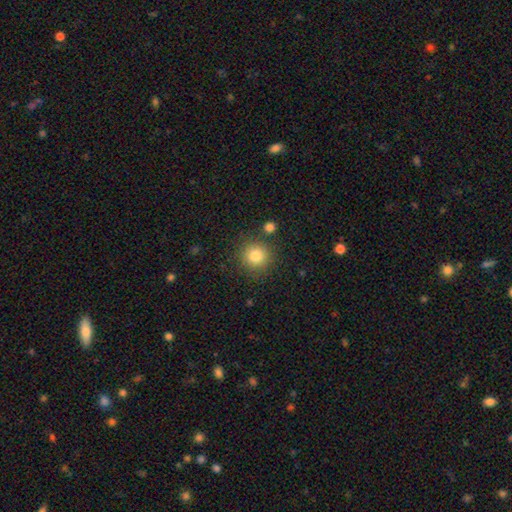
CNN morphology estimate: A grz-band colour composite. It shows a smooth galaxy with no disk features (82%) that is round (94%). Merging: none (84%).